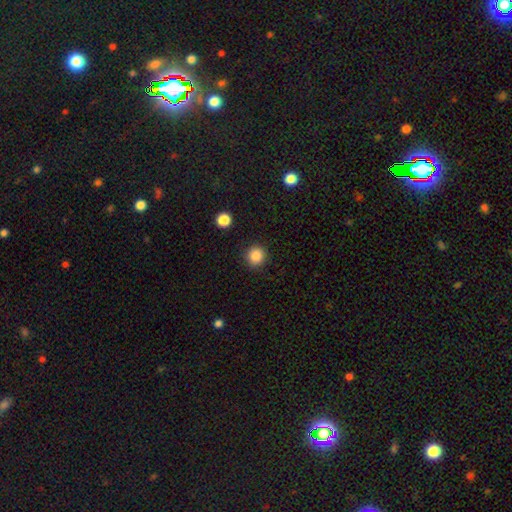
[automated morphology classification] A smooth galaxy with no disk features (86%) that is round (93%). Merging: none (90%).